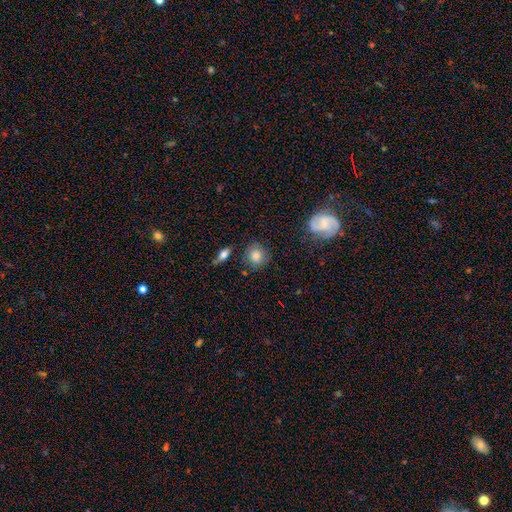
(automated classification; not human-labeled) This is likely a smooth galaxy (80%). How rounded: clearly round (85%). Merging: likely none (79%).